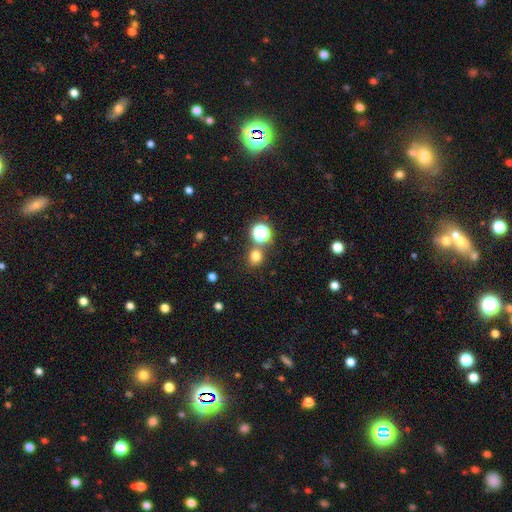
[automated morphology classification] Overall: smooth (73%). How rounded: round (87%). Merging: none (77%).